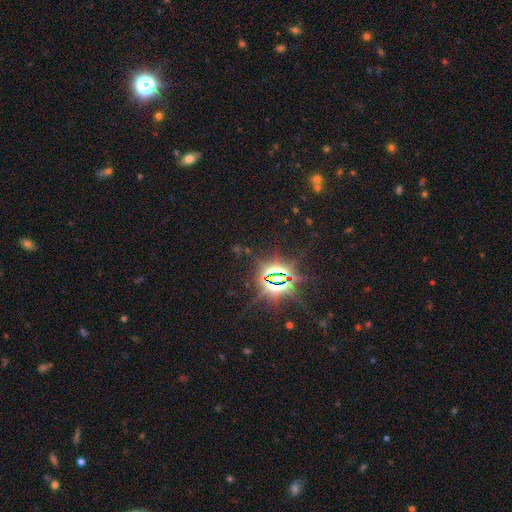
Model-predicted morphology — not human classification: Overall: star or artifact (83%).